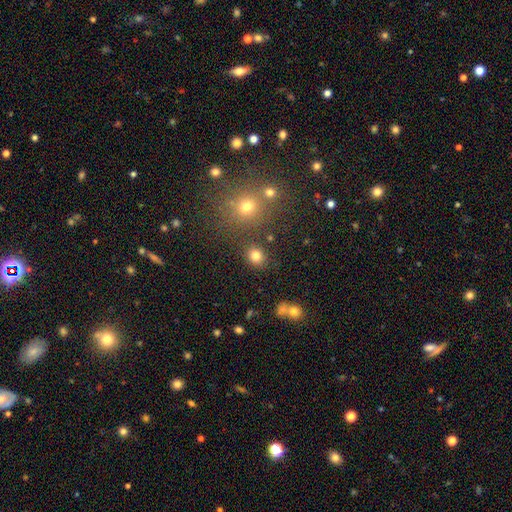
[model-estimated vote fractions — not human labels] Smooth or featured: smooth — 81% (star or artifact — 14%)
How rounded: round — 76% (in between — 23%)
Merging: none — 84% (minor disturbance — 8%)